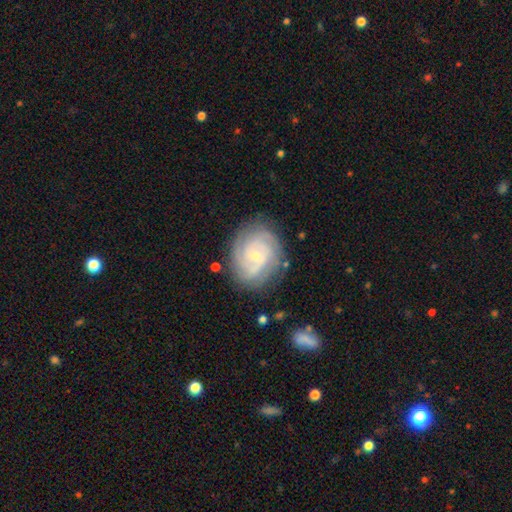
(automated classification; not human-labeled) Smooth or featured: featured or disk — 85% (smooth — 9%)
Edge-on disk: no — 98% (yes — 2%)
Bar: no — 58% (weak — 34%)
Spiral arms: yes — 97% (no — 3%)
Spiral winding: tight — 72% (medium — 24%)
Spiral arm count: 2 — 31% (3 — 27%)
Bulge size: small — 75% (moderate — 20%)
Merging: none — 80% (minor disturbance — 14%)